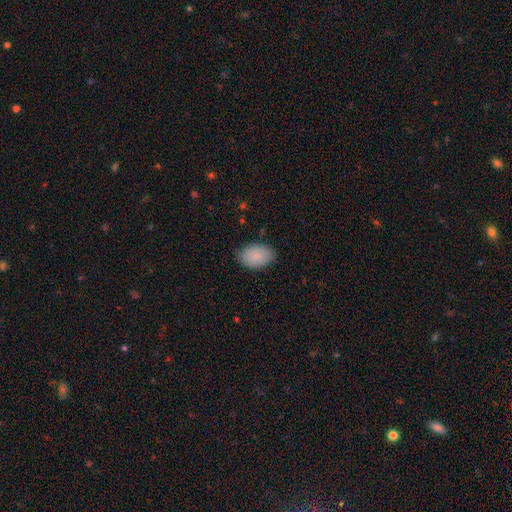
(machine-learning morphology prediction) The model was most divided on "merging": none: 80%, minor disturbance: 16%, major disturbance: 3%, merger: 1%. More confident: smooth or featured — smooth (87%); how rounded — in between (83%).